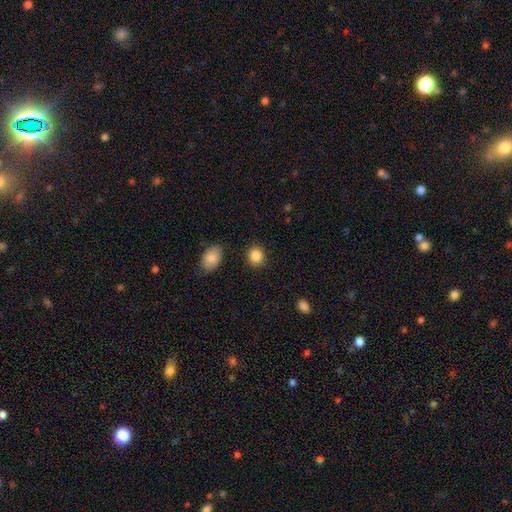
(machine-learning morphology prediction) Q: Smooth or featured?
A: smooth (87%); runner-up: star or artifact (9%)
Q: How rounded?
A: round (76%); runner-up: in between (23%)
Q: Merging?
A: none (87%); runner-up: minor disturbance (8%)